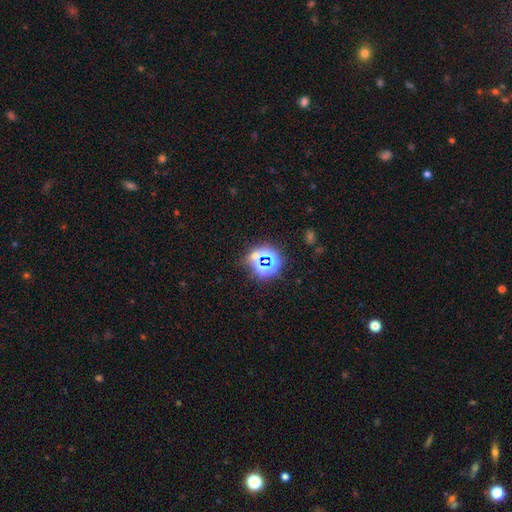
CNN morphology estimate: This appears to be a star or artifact, not a galaxy (69%).